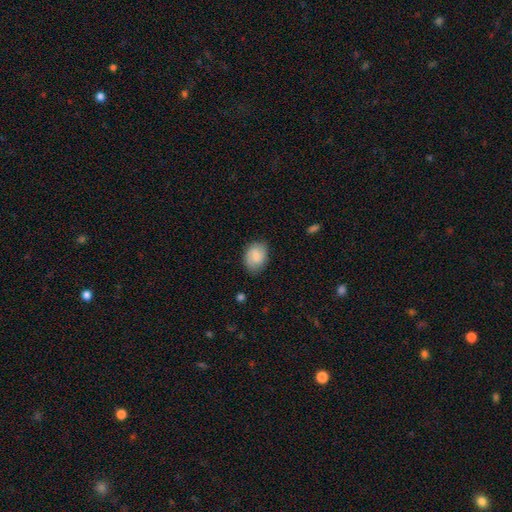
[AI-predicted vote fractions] Overall: smooth (80%). How rounded: in between (70%). Merging: none (78%).